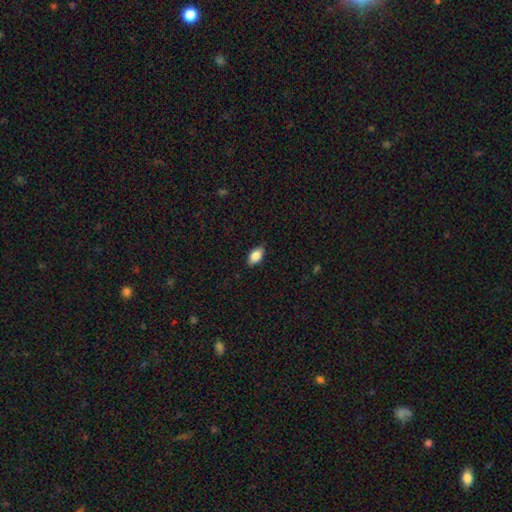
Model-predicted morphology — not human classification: smooth-or-featured: smooth: 86% | star or artifact: 7% | featured or disk: 7%
  how-rounded: in between: 92% | round: 5% | cigar-shaped: 4%
  merging: none: 86% | minor disturbance: 11% | major disturbance: 2% | merger: 1%